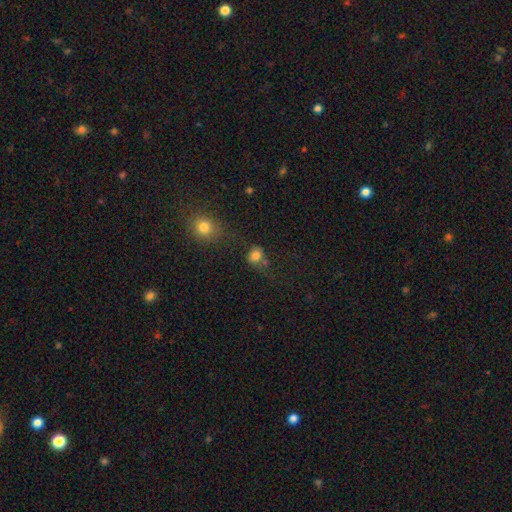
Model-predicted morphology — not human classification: Smooth or featured? Predicted: smooth (p=0.76). How rounded? Predicted: round (p=0.71). Merging? Predicted: none (p=0.52).